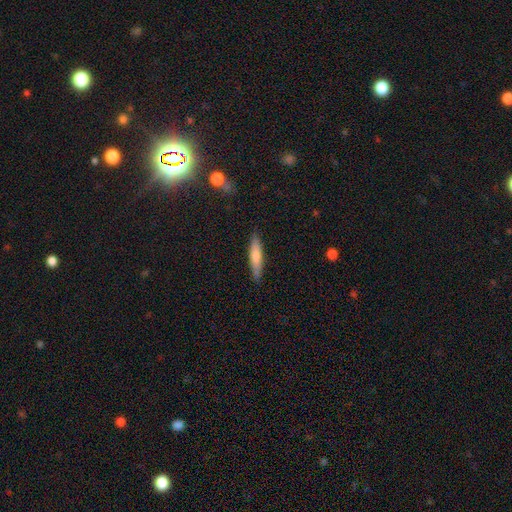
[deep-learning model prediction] smooth_or_featured: smooth (p=0.61) [alt: featured or disk p=0.32]
how_rounded: cigar-shaped (p=0.87) [alt: in between p=0.11]
merging: none (p=0.89) [alt: minor disturbance p=0.08]